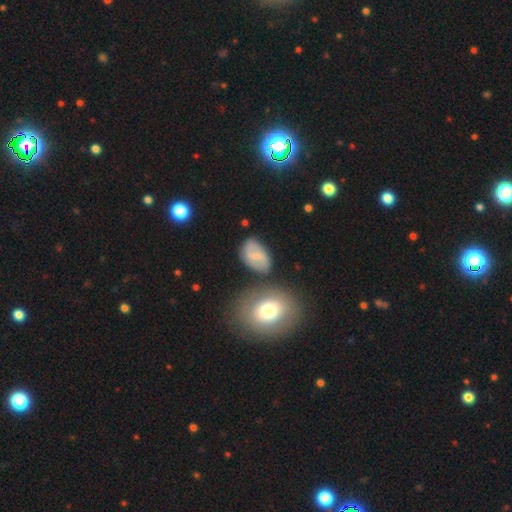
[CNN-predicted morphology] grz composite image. It shows a featured or disk galaxy (61%) with a weak bar (52%), spiral arms (81%) and a small central bulge (64%). Merging: none (70%).